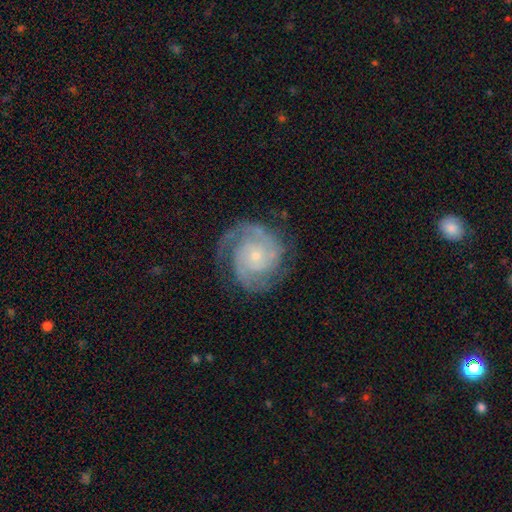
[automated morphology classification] A featured or disk galaxy (89%) with no bar (74%), 2 (55%) tight (60%) spiral arms (98%) and a small central bulge (78%).

Vote fractions:
- Smooth or featured? featured or disk: 89% / smooth: 6% / star or artifact: 5%
- Edge-on disk? no: 98% / yes: 2%
- Bar? no: 74% / weak: 21% / strong: 5%
- Spiral arms? yes: 98% / no: 2%
- Spiral winding? tight: 60% / medium: 34% / loose: 6%
- Spiral arm count? 2: 55% / 3: 22% / can't tell: 10% / 4: 5% / 1: 4% / more than 4: 4%
- Bulge size? small: 78% / moderate: 18% / none: 3% / large: 1% / dominant: 1%
- Merging? none: 76% / minor disturbance: 16% / major disturbance: 7% / merger: 1%